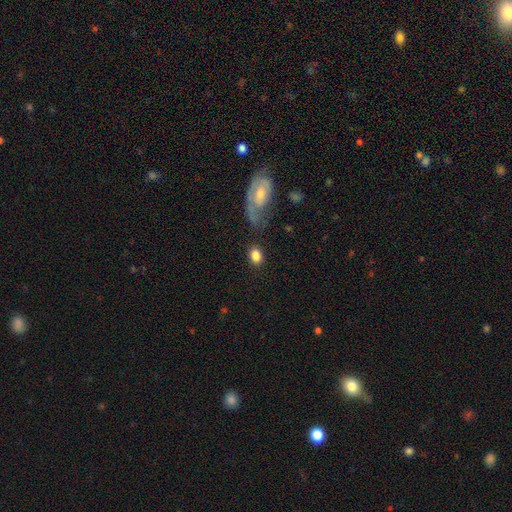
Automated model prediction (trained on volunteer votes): Morphology: type=smooth (83%); roundness=in between (76%); merging=none (78%).